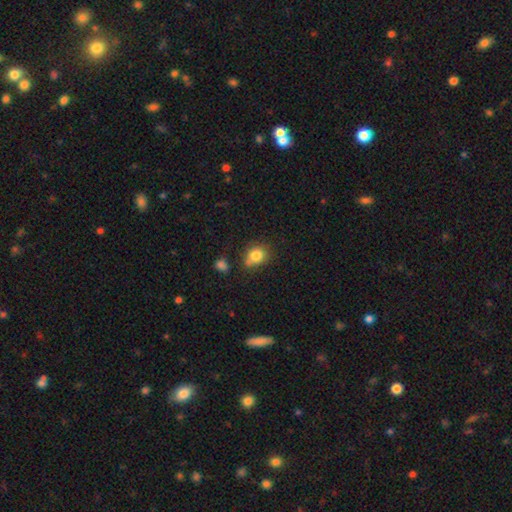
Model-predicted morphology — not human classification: Q: Smooth or featured?
A: smooth (82%); runner-up: star or artifact (10%)
Q: How rounded?
A: round (60%); runner-up: in between (39%)
Q: Merging?
A: none (57%); runner-up: minor disturbance (25%)